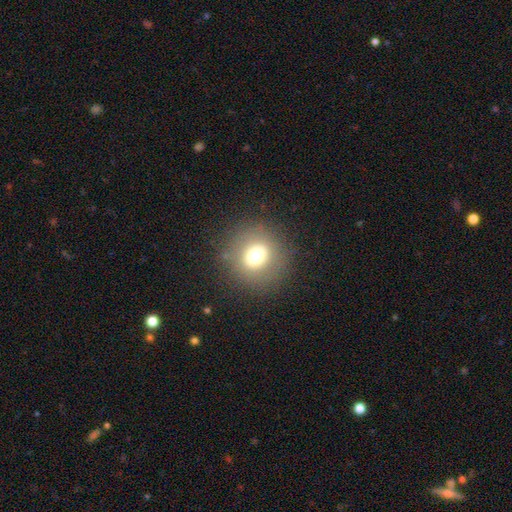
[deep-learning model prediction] smooth_or_featured: smooth (p=0.67) [alt: featured or disk p=0.19]
how_rounded: round (p=0.88) [alt: in between p=0.11]
merging: none (p=0.85) [alt: minor disturbance p=0.09]